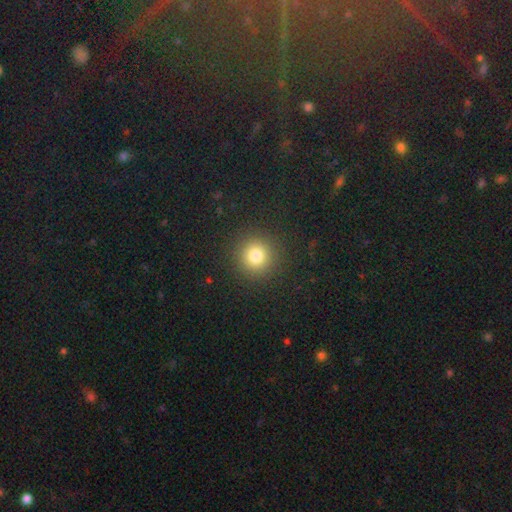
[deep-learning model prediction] Smooth or featured? Predicted: smooth (p=0.79). How rounded? Predicted: round (p=0.94). Merging? Predicted: none (p=0.91).